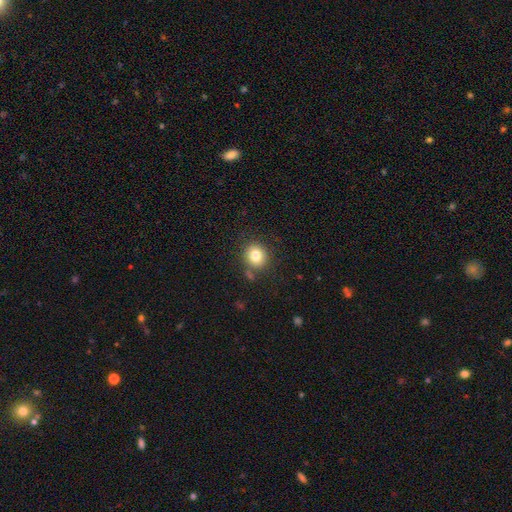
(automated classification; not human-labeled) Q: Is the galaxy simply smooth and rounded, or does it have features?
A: smooth — 80%.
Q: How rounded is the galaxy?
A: round — 84%.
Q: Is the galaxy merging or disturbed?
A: none — 80%.